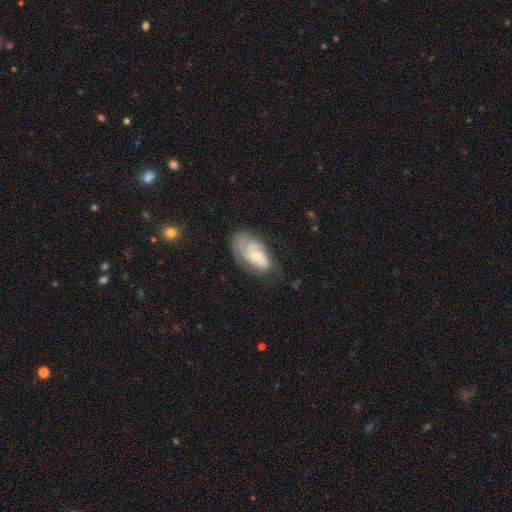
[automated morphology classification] Overall: featured or disk (73%). Edge-on disk: no (96%). Bar: no (67%; weak 28%). Spiral arms: yes (91%). Spiral arm count: 2 (33%; can't tell 28%). Spiral winding: tight (57%; medium 31%). Bulge size: small (52%; moderate 41%). Merging: none (59%; minor disturbance 24%).